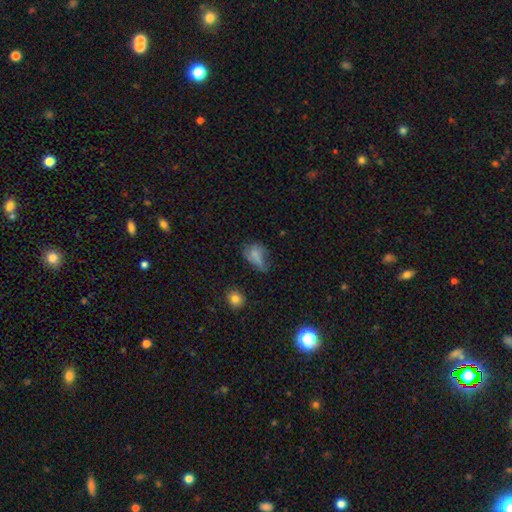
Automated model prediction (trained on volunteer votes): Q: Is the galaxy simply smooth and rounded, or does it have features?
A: smooth — 68%.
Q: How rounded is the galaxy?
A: in between — 76%.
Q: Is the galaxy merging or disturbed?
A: none — 33%.